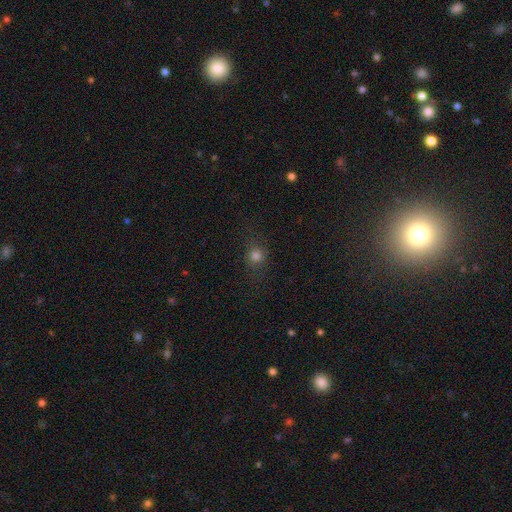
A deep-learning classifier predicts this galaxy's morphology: type=smooth (72%); roundness=round (81%); merging=none (76%).